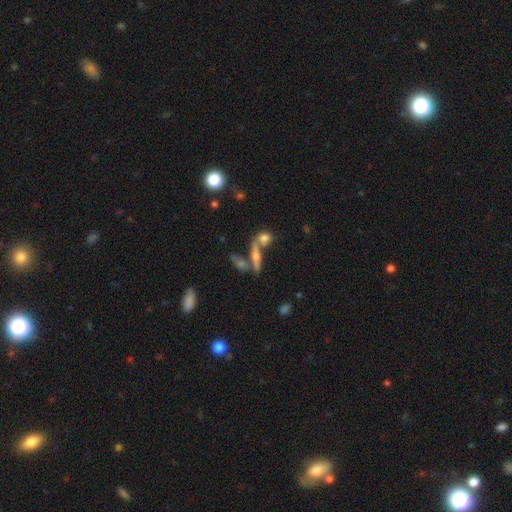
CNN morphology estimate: Smooth or featured? Predicted: featured or disk (p=0.46). Merging? Predicted: none (p=0.55).